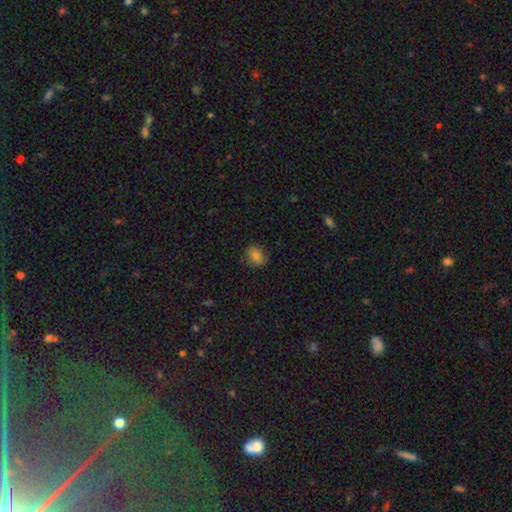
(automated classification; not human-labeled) A smooth galaxy with no disk features (80%) that is in between round and cigar-shaped (54%).

Vote fractions:
- Smooth or featured? smooth: 80% / star or artifact: 11% / featured or disk: 8%
- How rounded? in between: 54% / round: 45% / cigar-shaped: 1%
- Merging? none: 82% / minor disturbance: 14% / major disturbance: 3% / merger: 1%